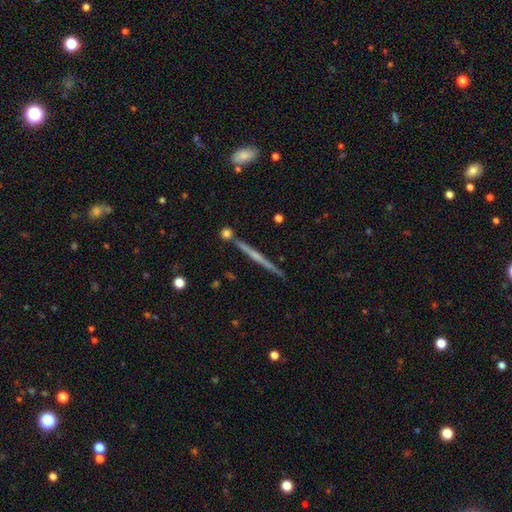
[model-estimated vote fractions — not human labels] A featured or disk galaxy (65%) viewed edge-on (98%) with no central bulge (67%).

Vote fractions:
- Smooth or featured? featured or disk: 65% / smooth: 28% / star or artifact: 7%
- Edge-on disk? yes: 98% / no: 2%
- Edge-on bulge? none: 67% / rounded: 25% / boxy: 8%
- Merging? none: 87% / minor disturbance: 7% / merger: 4% / major disturbance: 2%